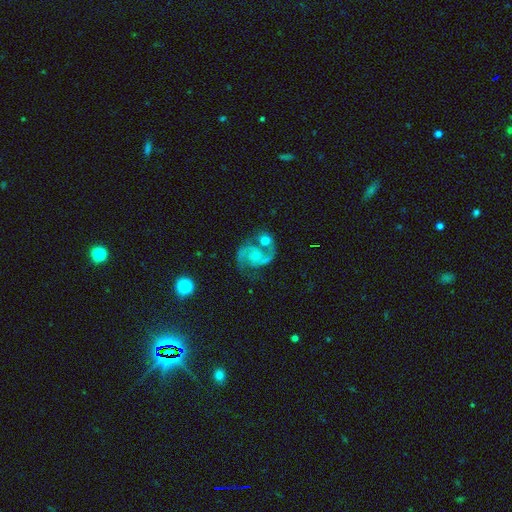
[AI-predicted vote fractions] featured or disk 89%, star or artifact 5%, smooth 5%. Down the decision tree: edge-on disk — no (98%); bar — no (67%); spiral arms — yes (97%); spiral arm count — 2 (92%); spiral winding — medium (62%); bulge size — small (57%); merging — none (55%).